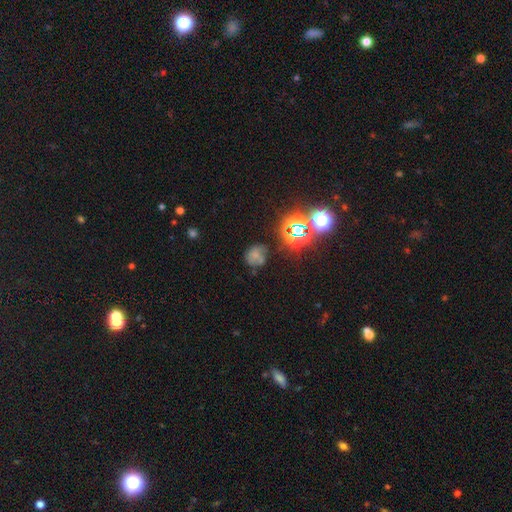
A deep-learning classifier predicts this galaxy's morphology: smooth 50%, star or artifact 29%, featured or disk 20%. Down the decision tree: how rounded — round (68%); merging — none (53%).